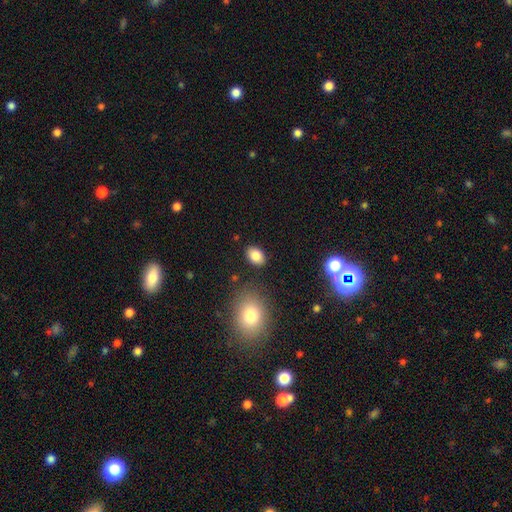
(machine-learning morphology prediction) A smooth galaxy with no disk features (84%) that is in between round and cigar-shaped (82%). Merging: none (85%).